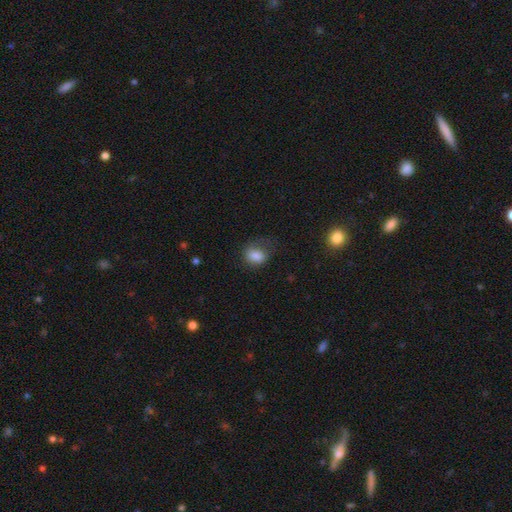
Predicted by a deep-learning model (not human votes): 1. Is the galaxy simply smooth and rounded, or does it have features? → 81% smooth, 10% star or artifact, 9% featured or disk.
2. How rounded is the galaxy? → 64% in between, 34% round, 1% cigar-shaped.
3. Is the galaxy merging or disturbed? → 45% none, 29% minor disturbance, 23% major disturbance, 2% merger.